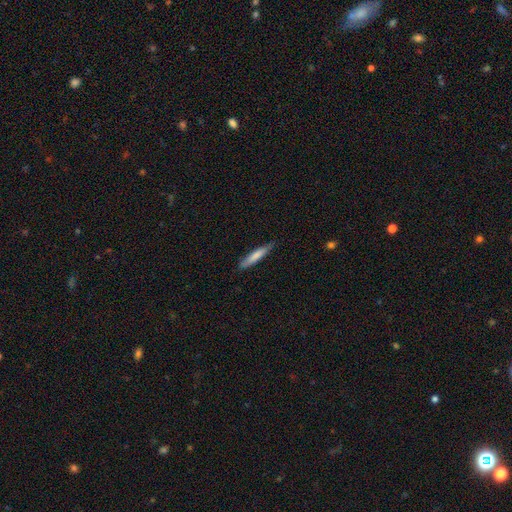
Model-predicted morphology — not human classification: This appears to be a smooth galaxy with no disk features (75%) that is cigar-shaped (91%). Merging: none (82%).